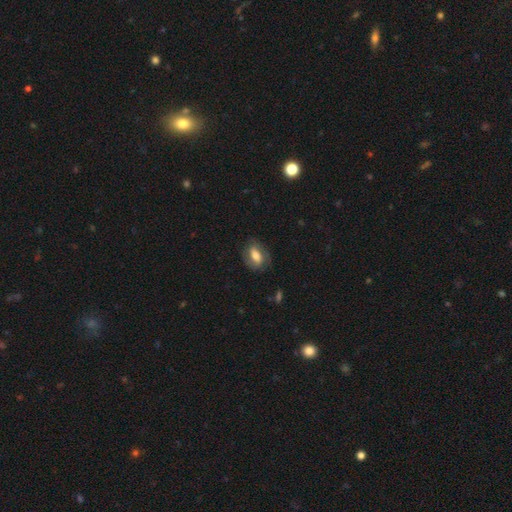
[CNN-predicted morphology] The model was most divided on "smooth or featured": smooth: 49%, featured or disk: 43%, star or artifact: 7%. More confident: merging — none (73%).